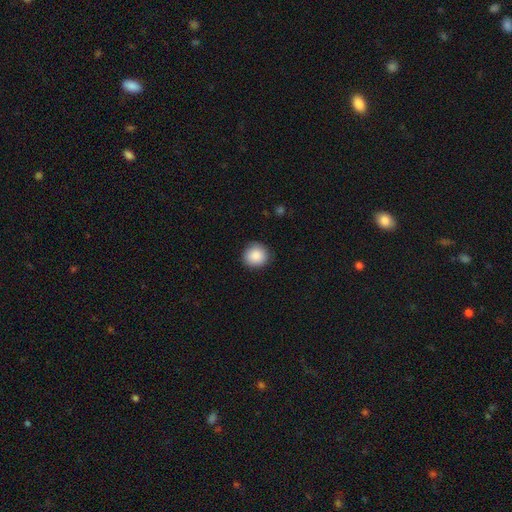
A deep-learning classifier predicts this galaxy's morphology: Overall: smooth (89%). How rounded: round (93%). Merging: none (90%).